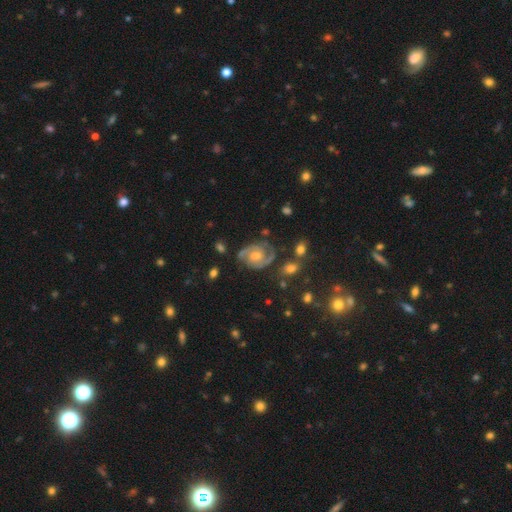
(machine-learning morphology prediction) smooth-or-featured: featured or disk: 85% | smooth: 8% | star or artifact: 7%
  disk-edge-on: no: 98% | yes: 2%
    bar: no: 53% | weak: 38% | strong: 9%
    has-spiral-arms: yes: 97% | no: 3%
      spiral-winding: tight: 46% | medium: 45% | loose: 9%
      spiral-arm-count: 2: 88% | can't tell: 4% | 3: 4% | 1: 2% | 4: 1% | more than 4: 1%
    bulge-size: moderate: 56% | small: 25% | large: 11% | none: 6% | dominant: 2%
  merging: none: 74% | minor disturbance: 16% | major disturbance: 6% | merger: 3%